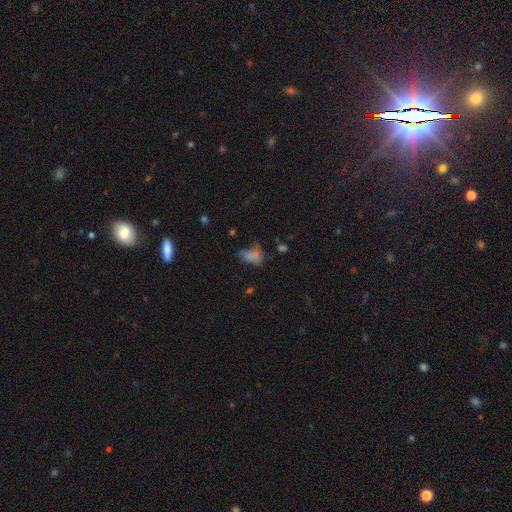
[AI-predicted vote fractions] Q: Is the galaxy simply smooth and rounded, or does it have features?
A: smooth — 65%.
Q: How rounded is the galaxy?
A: in between — 81%.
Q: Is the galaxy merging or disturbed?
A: none — 40%.